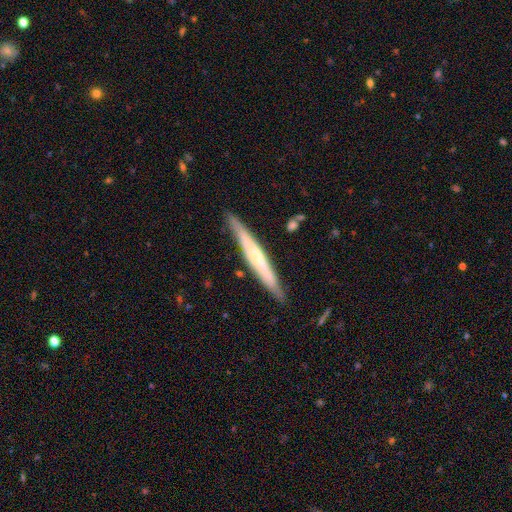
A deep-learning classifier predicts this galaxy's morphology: smooth-or-featured: featured or disk: 56% | smooth: 39% | star or artifact: 6%
  disk-edge-on: yes: 93% | no: 7%
    edge-on-bulge: none: 55% | rounded: 31% | boxy: 14%
  merging: none: 86% | minor disturbance: 10% | major disturbance: 2% | merger: 1%